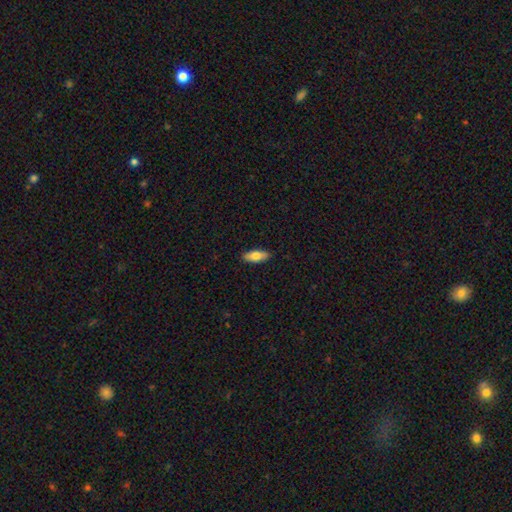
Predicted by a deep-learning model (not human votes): Morphology: type=smooth (74%); roundness=in between (70%); merging=none (90%).